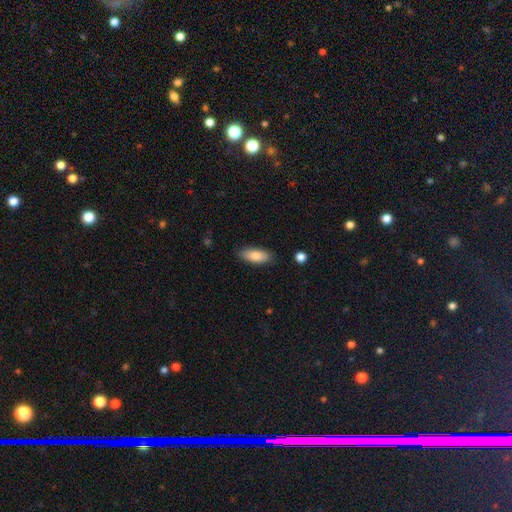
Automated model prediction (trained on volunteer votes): This appears to be a smooth galaxy with no disk features (82%) that is in between round and cigar-shaped (76%). Merging: none (86%).